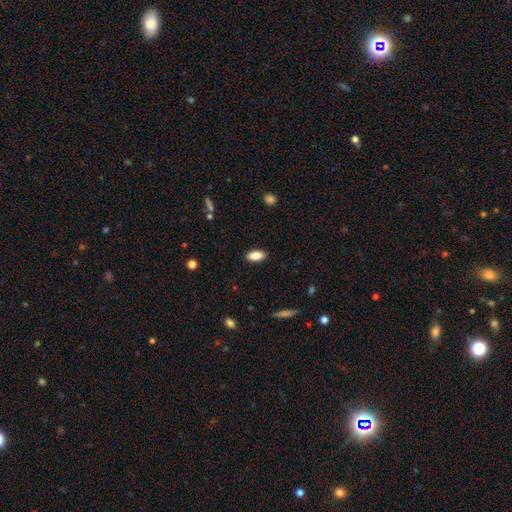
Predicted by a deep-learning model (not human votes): smooth 86%, star or artifact 7%, featured or disk 7%. Down the decision tree: how rounded — in between (87%); merging — none (89%).